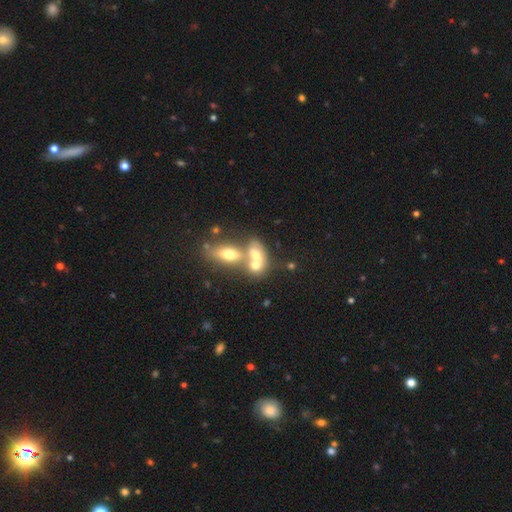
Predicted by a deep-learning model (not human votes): Morphology: type=smooth (60%); roundness=in between (72%); merging=merger (65%).